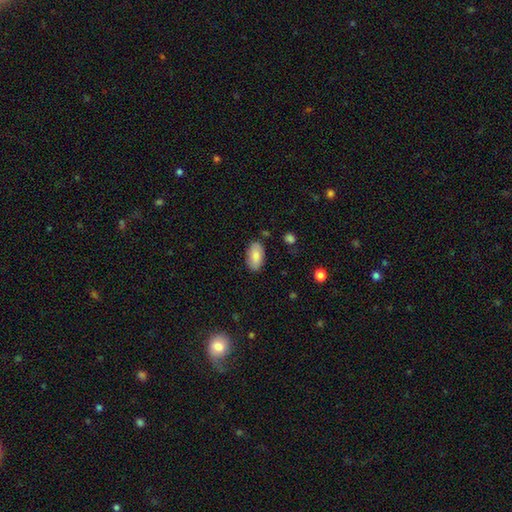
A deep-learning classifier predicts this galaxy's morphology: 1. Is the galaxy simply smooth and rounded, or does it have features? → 84% smooth, 10% featured or disk, 6% star or artifact.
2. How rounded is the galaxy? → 94% in between, 3% round, 3% cigar-shaped.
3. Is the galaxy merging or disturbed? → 85% none, 11% minor disturbance, 3% major disturbance, 2% merger.